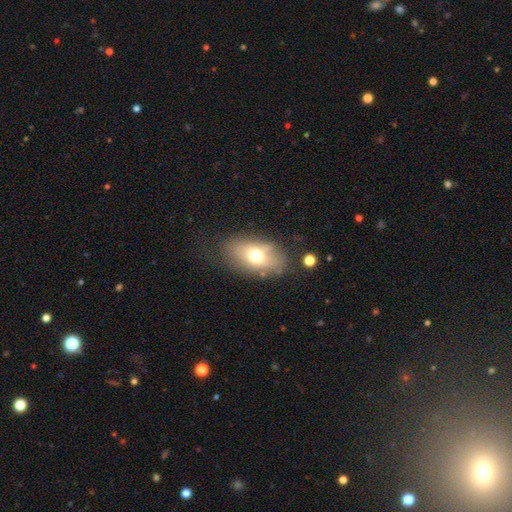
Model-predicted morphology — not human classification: Smooth or featured? Predicted: smooth (p=0.64). How rounded? Predicted: in between (p=0.85). Merging? Predicted: none (p=0.67).